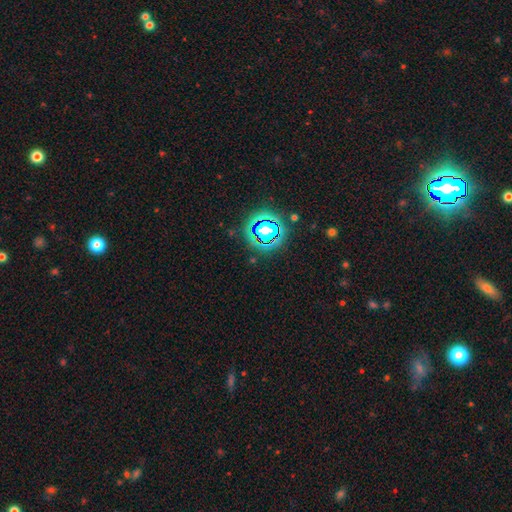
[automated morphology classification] A star or artifact, not a galaxy (78%).

Vote fractions:
- Smooth or featured? star or artifact: 78% / smooth: 14% / featured or disk: 8%